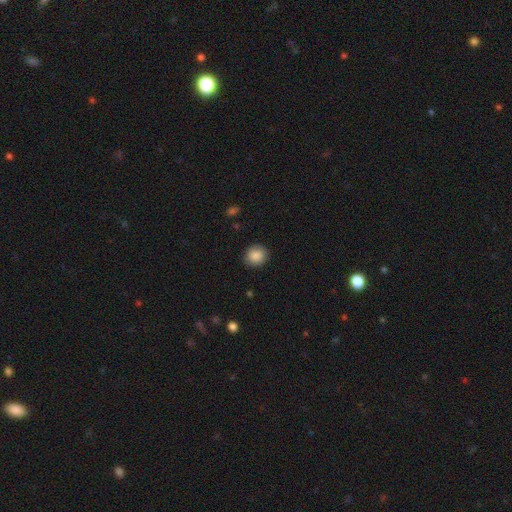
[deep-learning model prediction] Overall: smooth (88%). How rounded: round (76%). Merging: none (88%).